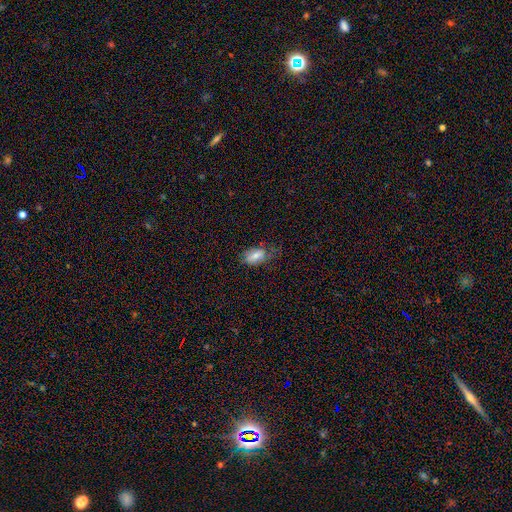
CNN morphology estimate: smooth_or_featured: smooth (p=0.74) [alt: featured or disk p=0.18]
how_rounded: in between (p=0.91) [alt: round p=0.05]
merging: none (p=0.54) [alt: minor disturbance p=0.30]